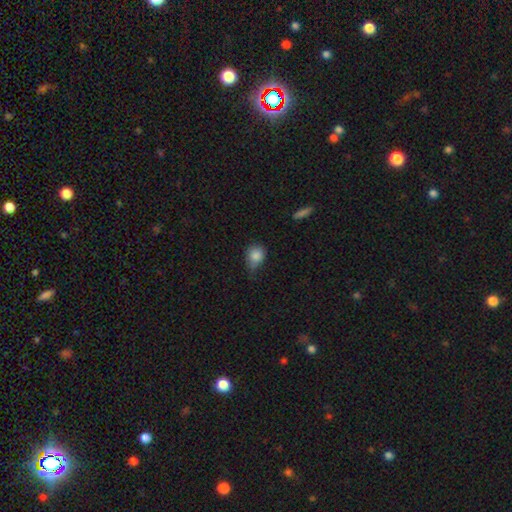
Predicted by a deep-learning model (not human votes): smooth-or-featured: smooth: 84% | star or artifact: 9% | featured or disk: 7%
  how-rounded: round: 72% | in between: 27% | cigar-shaped: 1%
  merging: minor disturbance: 44% | none: 40% | major disturbance: 13% | merger: 3%